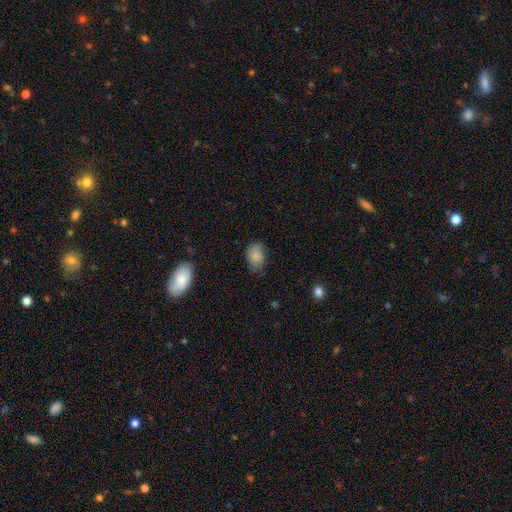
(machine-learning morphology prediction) smooth 80%, featured or disk 12%, star or artifact 8%. Down the decision tree: how rounded — in between (81%); merging — none (63%).